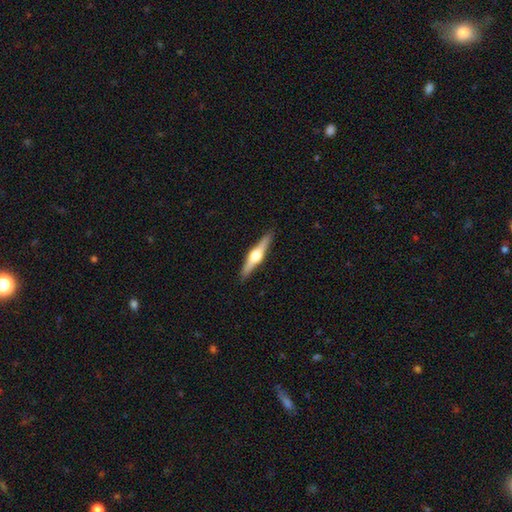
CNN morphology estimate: featured or disk 75%, smooth 20%, star or artifact 5%. Down the decision tree: edge-on disk — yes (98%); edge-on bulge — rounded (95%); merging — none (91%).